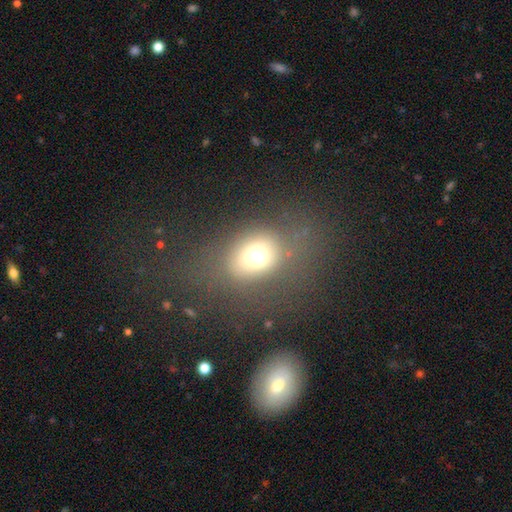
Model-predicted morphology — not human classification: smooth-or-featured: smooth: 66% | featured or disk: 17% | star or artifact: 16%
  how-rounded: in between: 55% | round: 44% | cigar-shaped: 2%
  merging: none: 57% | major disturbance: 19% | minor disturbance: 18% | merger: 6%